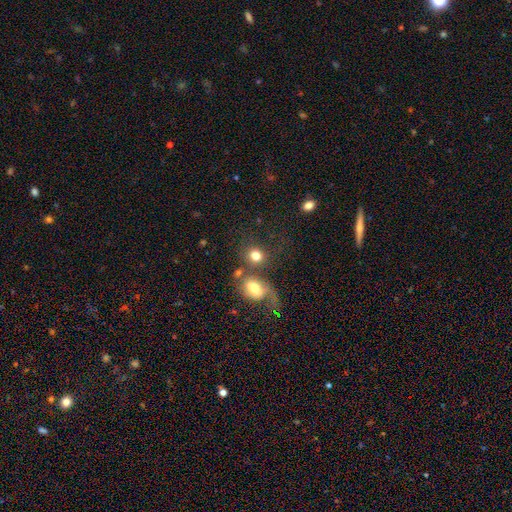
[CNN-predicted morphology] This appears to be a smooth galaxy with no disk features (75%) that is round (73%). Merging: none (46%).